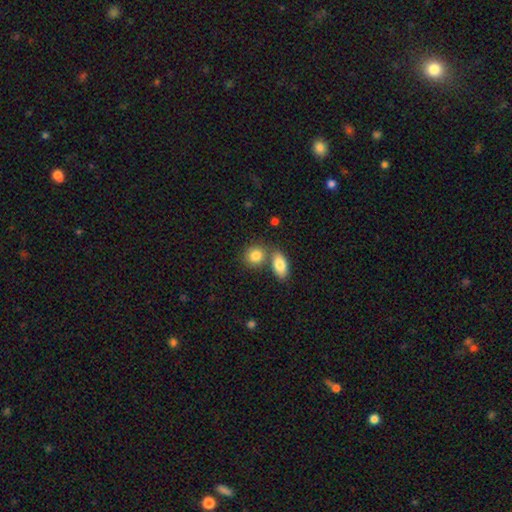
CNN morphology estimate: Overall: smooth (84%). How rounded: round (62%; in between 36%). Merging: none (54%; merger 33%).